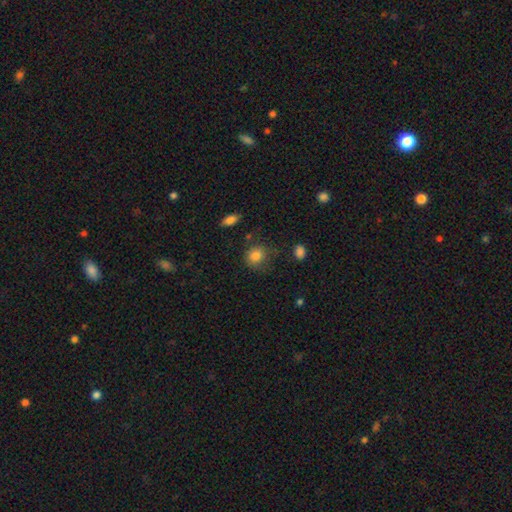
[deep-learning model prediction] smooth-or-featured: smooth: 83% | star or artifact: 10% | featured or disk: 7%
  how-rounded: round: 76% | in between: 23% | cigar-shaped: 1%
  merging: none: 70% | minor disturbance: 20% | major disturbance: 7% | merger: 3%